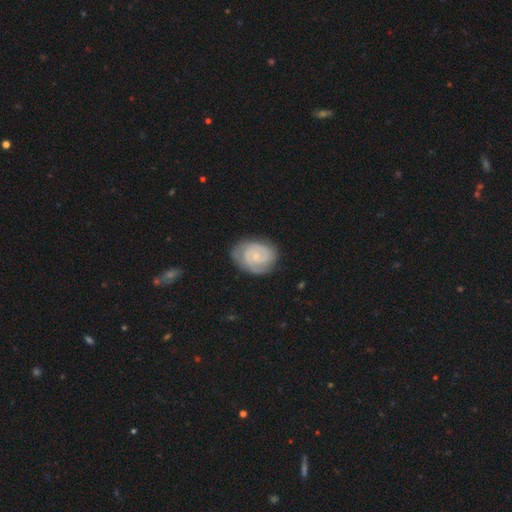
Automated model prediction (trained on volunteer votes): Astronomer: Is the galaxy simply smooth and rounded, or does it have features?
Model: featured or disk — 77%.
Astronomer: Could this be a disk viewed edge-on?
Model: no — 98%.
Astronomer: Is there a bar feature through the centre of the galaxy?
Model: no — 63%.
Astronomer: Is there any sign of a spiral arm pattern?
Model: yes — 94%.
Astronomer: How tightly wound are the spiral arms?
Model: tight — 67%.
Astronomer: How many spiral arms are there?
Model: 2 — 64%.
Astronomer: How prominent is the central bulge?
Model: small — 66%.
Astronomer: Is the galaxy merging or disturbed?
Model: none — 74%.